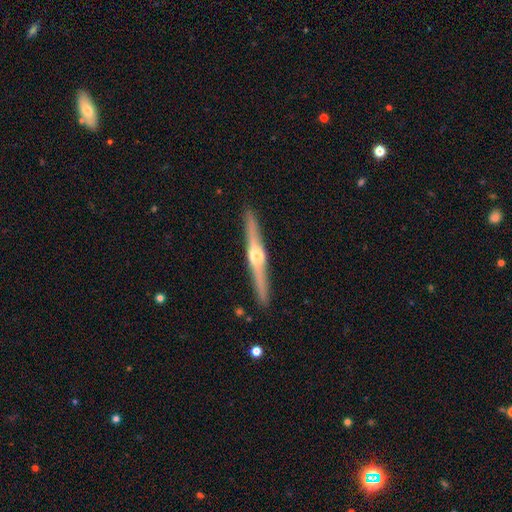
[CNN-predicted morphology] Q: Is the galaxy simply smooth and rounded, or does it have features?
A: featured or disk — 80%.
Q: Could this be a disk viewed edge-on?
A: yes — 98%.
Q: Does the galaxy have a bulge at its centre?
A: rounded — 91%.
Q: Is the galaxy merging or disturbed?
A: none — 91%.